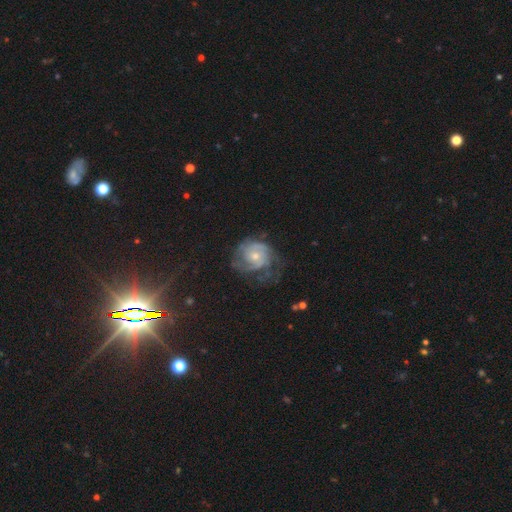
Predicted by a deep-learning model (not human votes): featured or disk 75%, smooth 18%, star or artifact 7%. Down the decision tree: edge-on disk — no (98%); bar — no (75%); spiral arms — yes (88%); spiral arm count — can't tell (35%); spiral winding — tight (51%); bulge size — small (52%); merging — none (51%).